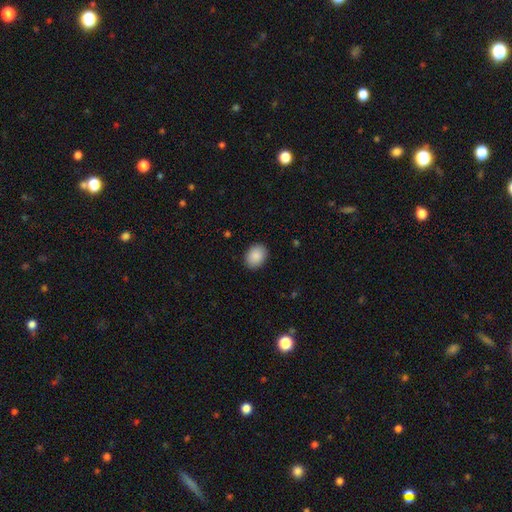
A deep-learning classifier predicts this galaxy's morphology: Smooth or featured? smooth (90%)
How rounded? in between (64%)
Merging? none (89%)